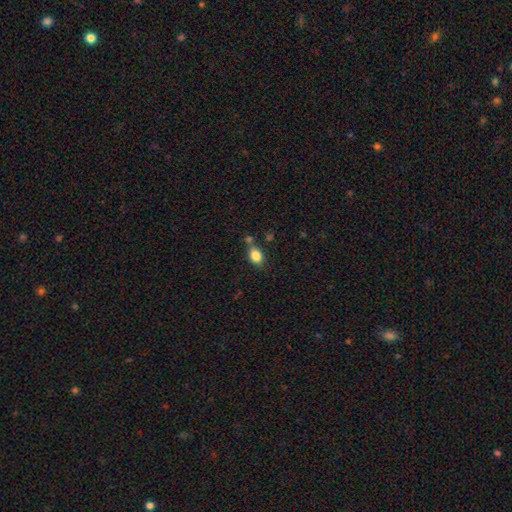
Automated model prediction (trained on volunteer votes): This appears to be a smooth galaxy with no disk features (84%) that is in between round and cigar-shaped (69%). Merging: none (63%).